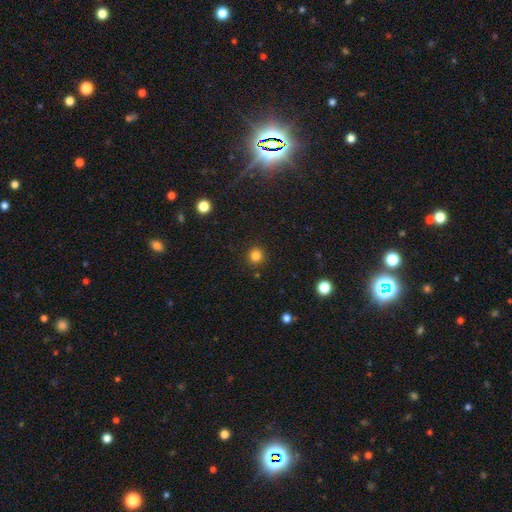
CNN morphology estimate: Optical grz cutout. It shows a smooth galaxy with no disk features (82%) that is round (94%). Merging: none (91%).